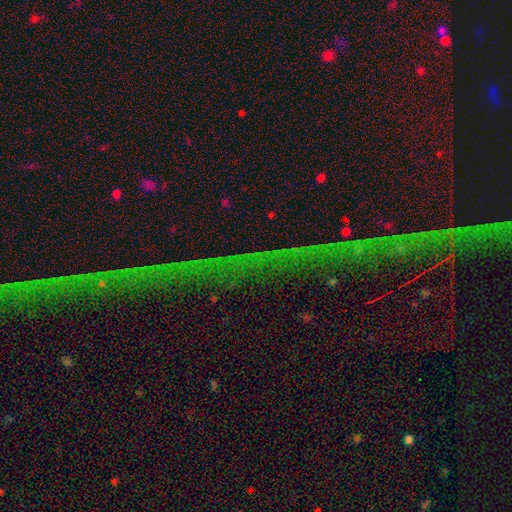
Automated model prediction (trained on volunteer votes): This is likely a star or artifact rather than a galaxy (75%).